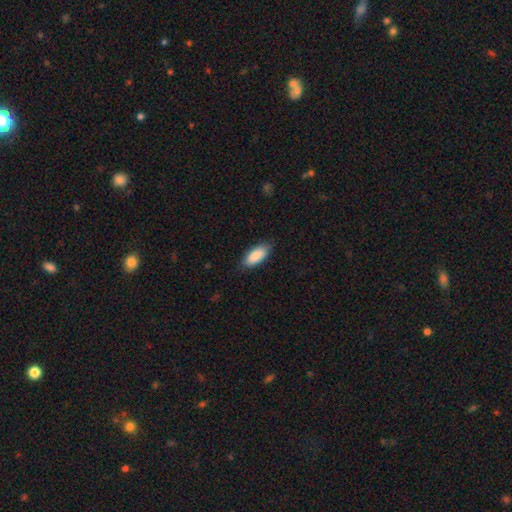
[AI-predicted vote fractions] The model was most divided on "merging": none: 82%, minor disturbance: 14%, major disturbance: 3%, merger: 1%. More confident: smooth or featured — smooth (89%); how rounded — in between (86%).